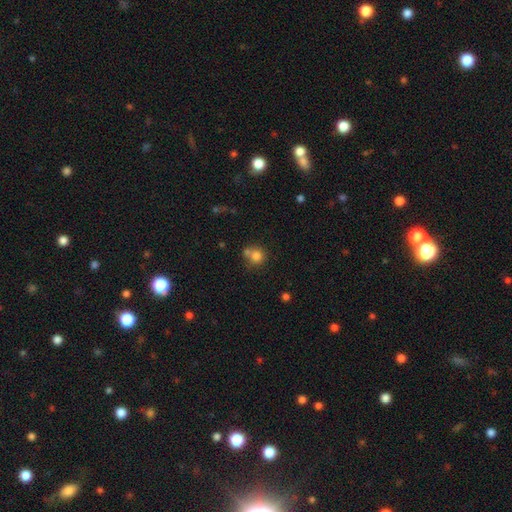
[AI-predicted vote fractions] Smooth or featured? Predicted: smooth (p=0.79). How rounded? Predicted: round (p=0.86). Merging? Predicted: none (p=0.51).